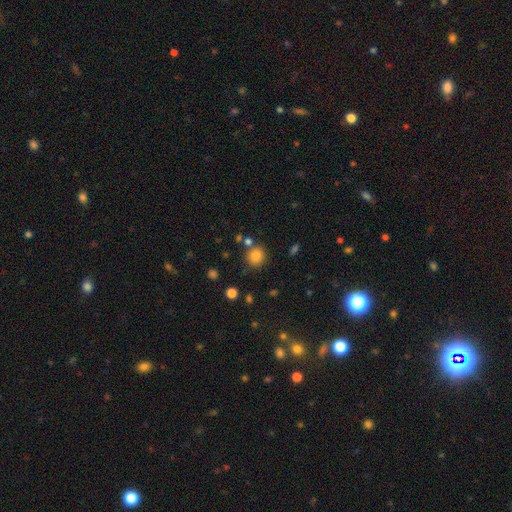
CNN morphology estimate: This appears to be a smooth galaxy with no disk features (84%) that is round (87%). Merging: none (78%).